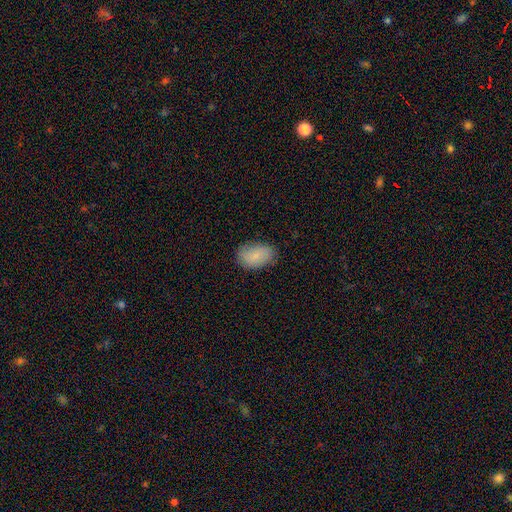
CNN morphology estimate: This is clearly a smooth galaxy (81%). How rounded: clearly in between (88%). Merging: likely none (78%).